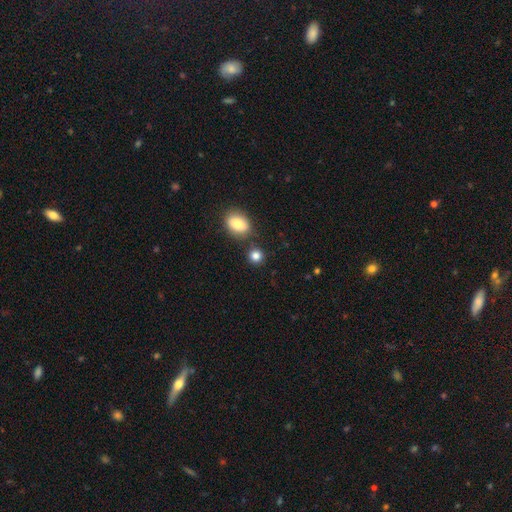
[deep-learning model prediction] smooth_or_featured: smooth (p=0.83) [alt: star or artifact p=0.11]
how_rounded: round (p=0.85) [alt: in between p=0.14]
merging: none (p=0.77) [alt: merger p=0.11]